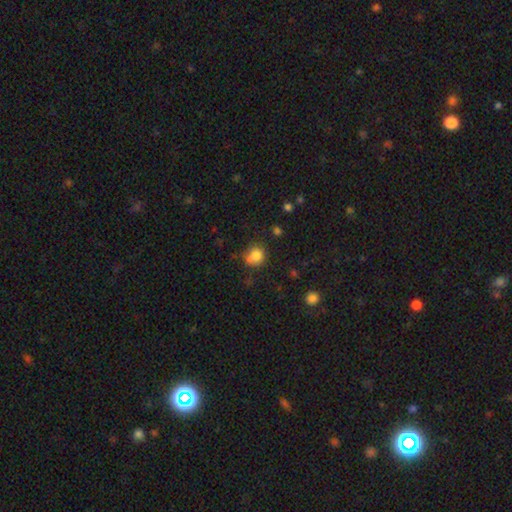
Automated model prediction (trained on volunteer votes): A smooth galaxy with no disk features (80%) that is round (76%). Merging: none (54%).